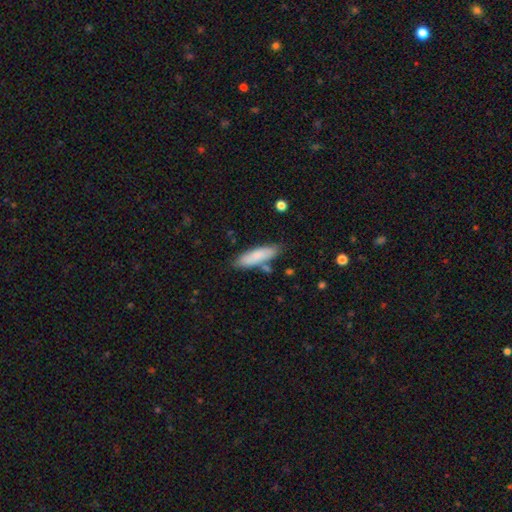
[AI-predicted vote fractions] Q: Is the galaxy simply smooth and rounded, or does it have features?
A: smooth — 80%.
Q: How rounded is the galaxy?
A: cigar-shaped — 60%.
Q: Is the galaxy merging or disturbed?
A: none — 77%.